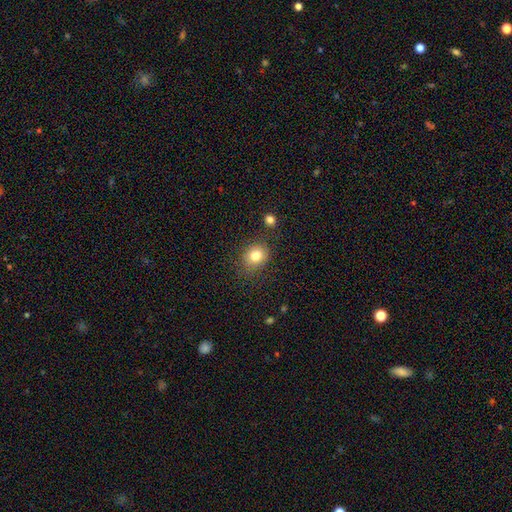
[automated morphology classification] This appears to be a smooth galaxy with no disk features (81%) that is round (67%). Merging: none (78%).